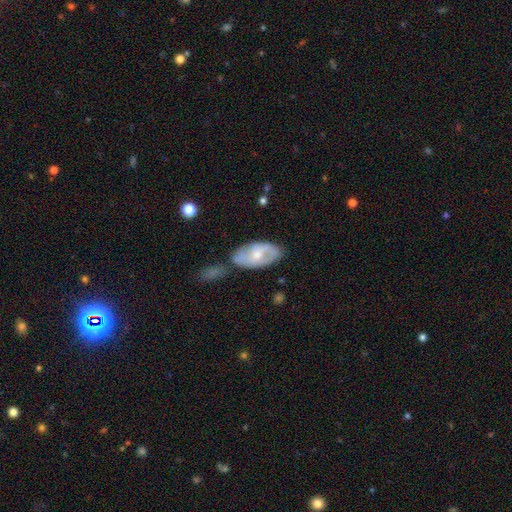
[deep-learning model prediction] Overall: featured or disk (63%; smooth 29%). Edge-on disk: no (90%). Bar: no (58%; weak 33%). Spiral arms: yes (71%). Bulge size: moderate (53%; small 42%). Merging: none (59%).